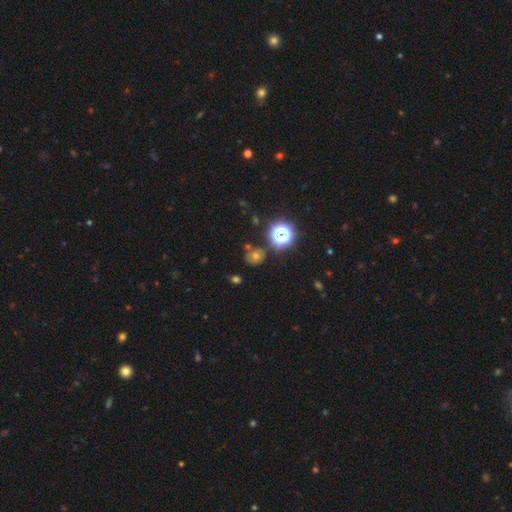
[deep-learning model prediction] This is possibly a smooth galaxy (46%). Merging: likely none (77%).